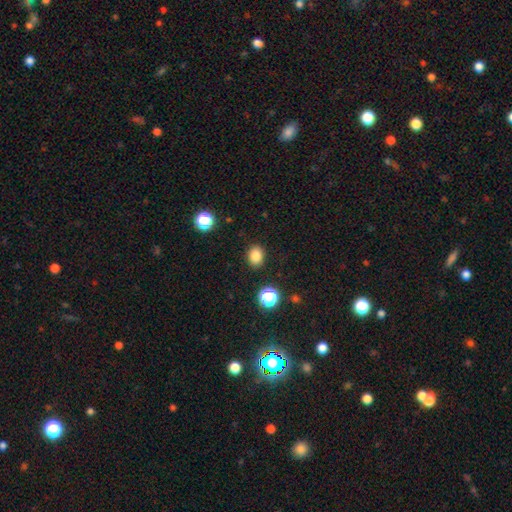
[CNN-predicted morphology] smooth_or_featured: smooth (p=0.84) [alt: star or artifact p=0.12]
how_rounded: in between (p=0.51) [alt: round p=0.48]
merging: none (p=0.88) [alt: minor disturbance p=0.08]